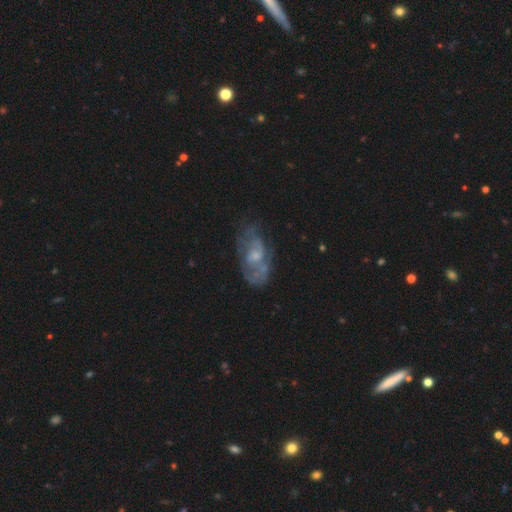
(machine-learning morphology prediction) Smooth or featured: featured or disk — 68% (smooth — 24%)
Edge-on disk: no — 95% (yes — 5%)
Bar: no — 62% (weak — 33%)
Spiral arms: yes — 59% (no — 41%)
Bulge size: small — 46% (moderate — 37%)
Merging: none — 53% (minor disturbance — 24%)